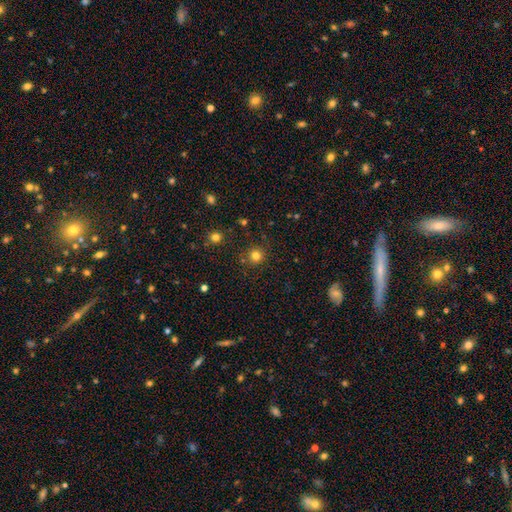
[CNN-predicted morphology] Smooth or featured?
  - smooth: 80% *
  - star or artifact: 15%
  - featured or disk: 5%
How rounded?
  - round: 93% *
  - in between: 6%
  - cigar-shaped: 1%
Merging?
  - none: 85% *
  - minor disturbance: 8%
  - merger: 4%
  - major disturbance: 3%